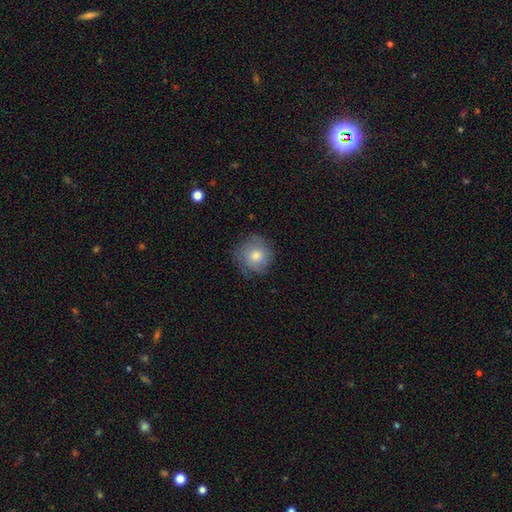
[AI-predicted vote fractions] Q: Smooth or featured?
A: smooth (65%); runner-up: featured or disk (25%)
Q: How rounded?
A: round (92%); runner-up: in between (7%)
Q: Merging?
A: none (76%); runner-up: minor disturbance (17%)